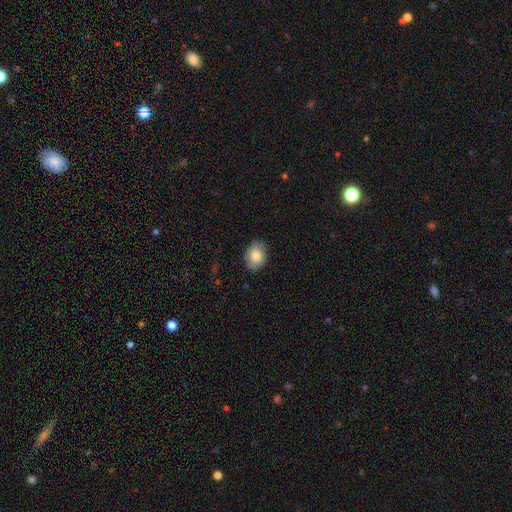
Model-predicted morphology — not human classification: Overall: smooth (82%). How rounded: in between (64%; round 35%). Merging: none (83%).